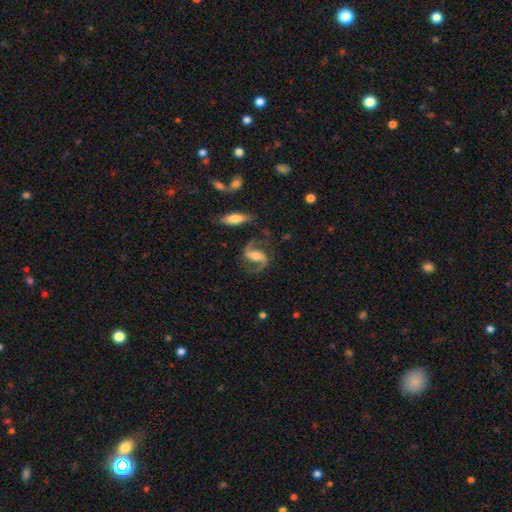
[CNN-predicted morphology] This is clearly a featured or disk galaxy (88%). It is clearly not viewed edge-on (96%). Bar: marginally weak (39%). Spiral arm pattern: clearly yes (97%). Spiral arm count: clearly 2 (94%). Spiral winding: possibly medium (52%). Central bulge: possibly moderate (57%). Merging: likely none (77%).